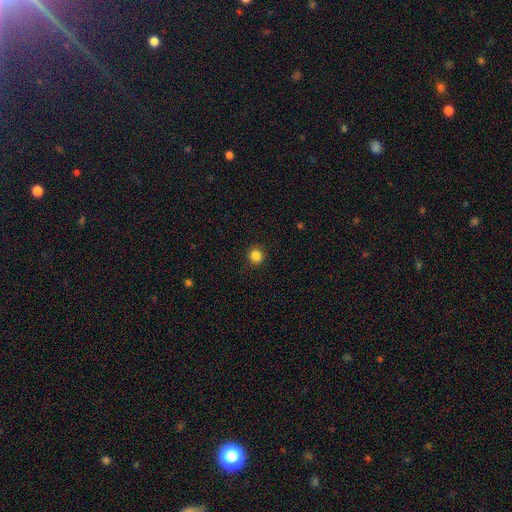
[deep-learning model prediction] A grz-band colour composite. It shows a smooth galaxy with no disk features (85%) that is round (92%). Merging: none (92%).